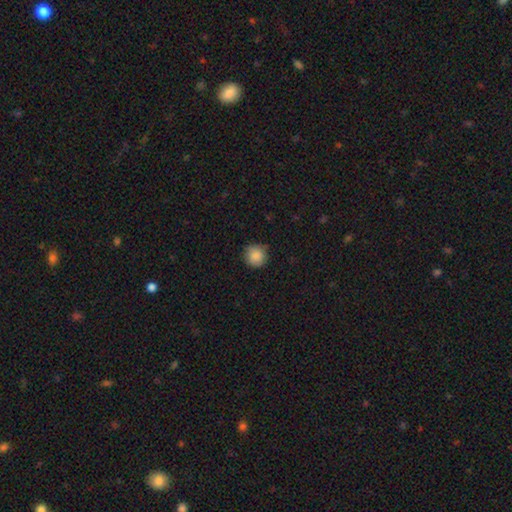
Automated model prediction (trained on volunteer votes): The model was most divided on "merging": none: 81%, minor disturbance: 15%, major disturbance: 3%, merger: 1%. More confident: how rounded — round (92%); smooth or featured — smooth (87%).